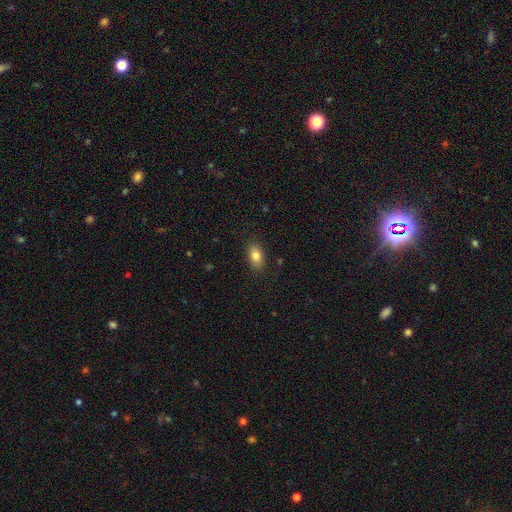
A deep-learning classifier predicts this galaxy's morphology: type=smooth (83%); roundness=in between (89%); merging=none (86%).